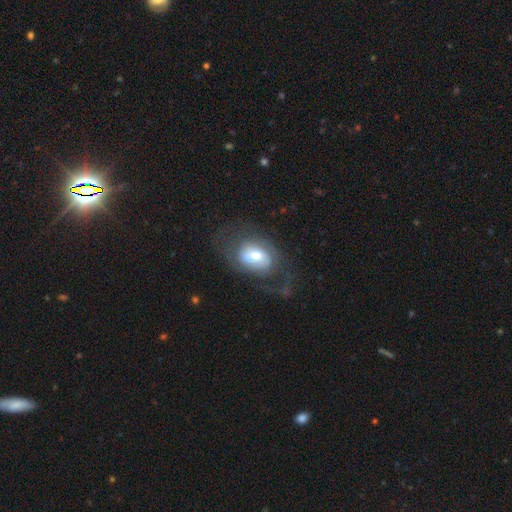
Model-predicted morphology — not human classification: A featured or disk galaxy (54%) with no bar (57%), spiral arms (65%) and a moderate central bulge (63%).

Vote fractions:
- Smooth or featured? featured or disk: 54% / smooth: 38% / star or artifact: 7%
- Edge-on disk? no: 95% / yes: 5%
- Bar? no: 57% / weak: 32% / strong: 11%
- Spiral arms? yes: 65% / no: 35%
- Bulge size? moderate: 63% / small: 17% / large: 16% / dominant: 2% / none: 1%
- Merging? none: 51% / major disturbance: 27% / minor disturbance: 20% / merger: 2%